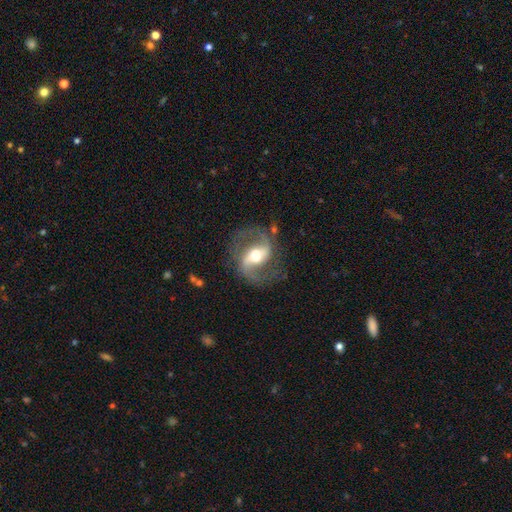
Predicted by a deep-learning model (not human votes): A featured or disk galaxy (88%) with a strong bar (43%), 2 (93%) medium (50%) spiral arms (95%) and a moderate central bulge (65%).

Vote fractions:
- Smooth or featured? featured or disk: 88% / smooth: 7% / star or artifact: 5%
- Edge-on disk? no: 97% / yes: 3%
- Bar? strong: 43% / weak: 38% / no: 19%
- Spiral arms? yes: 95% / no: 5%
- Spiral winding? medium: 50% / loose: 40% / tight: 10%
- Spiral arm count? 2: 93% / 1: 2% / can't tell: 2% / 3: 1% / 4: 1% / more than 4: 1%
- Bulge size? moderate: 65% / large: 22% / small: 10% / dominant: 2% / none: 1%
- Merging? none: 77% / minor disturbance: 13% / major disturbance: 8% / merger: 2%